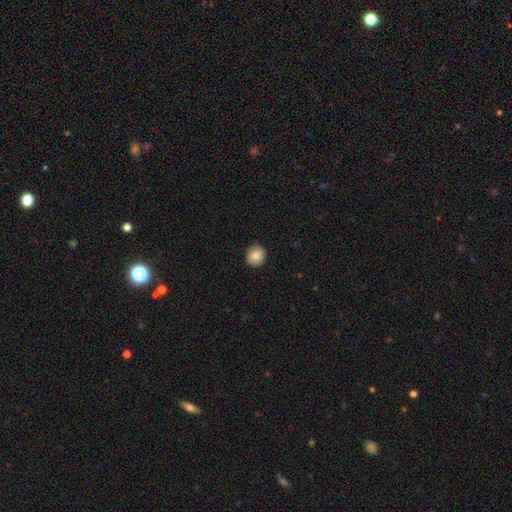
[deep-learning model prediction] This appears to be a smooth galaxy with no disk features (84%) that is round (83%). Merging: none (87%).